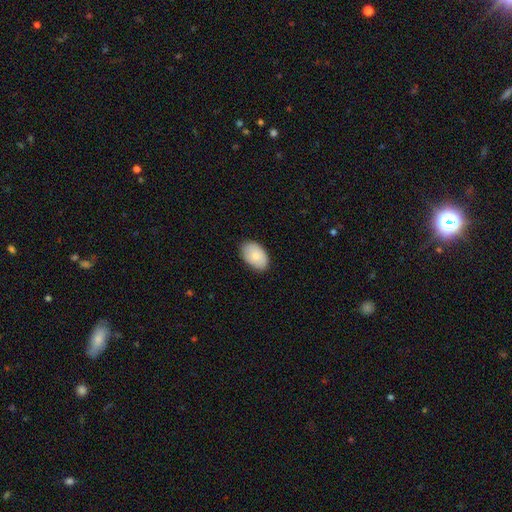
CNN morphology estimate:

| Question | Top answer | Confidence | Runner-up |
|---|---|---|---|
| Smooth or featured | smooth | 81% | featured or disk (13%) |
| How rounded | in between | 91% | round (8%) |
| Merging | none | 84% | minor disturbance (13%) |